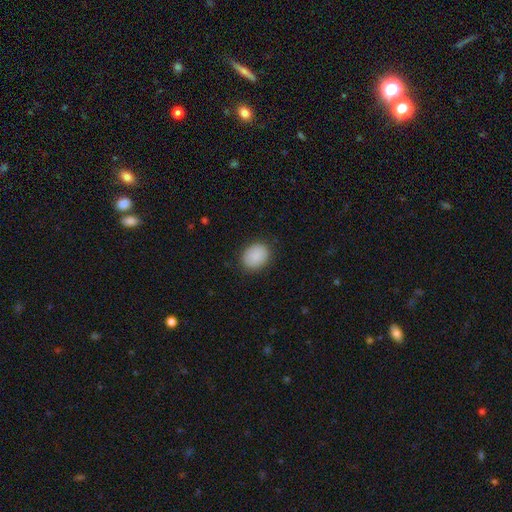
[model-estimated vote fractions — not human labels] A smooth galaxy with no disk features (89%) that is in between round and cigar-shaped (52%).

Vote fractions:
- Smooth or featured? smooth: 89% / star or artifact: 7% / featured or disk: 4%
- How rounded? in between: 52% / round: 47% / cigar-shaped: 1%
- Merging? none: 87% / minor disturbance: 10% / major disturbance: 3% / merger: 1%